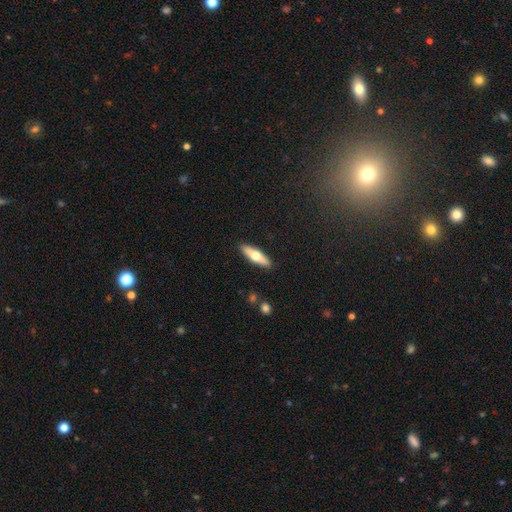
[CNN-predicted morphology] smooth_or_featured: smooth (p=0.56) [alt: featured or disk p=0.39]
how_rounded: cigar-shaped (p=0.58) [alt: in between p=0.40]
merging: none (p=0.90) [alt: minor disturbance p=0.07]